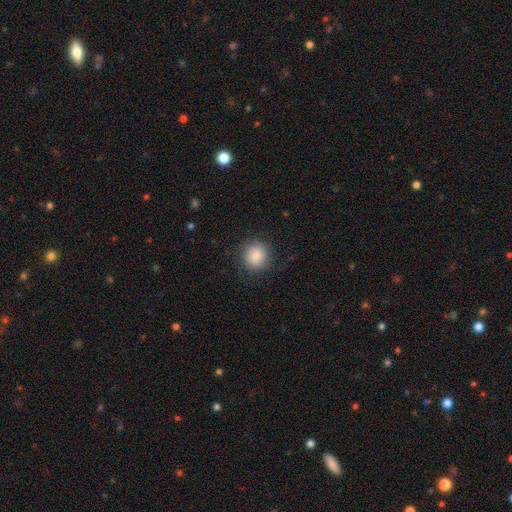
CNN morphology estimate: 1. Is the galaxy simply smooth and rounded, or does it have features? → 85% smooth, 9% star or artifact, 6% featured or disk.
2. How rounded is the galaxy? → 92% round, 7% in between, 1% cigar-shaped.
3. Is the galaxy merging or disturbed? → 85% none, 10% minor disturbance, 4% major disturbance, 1% merger.